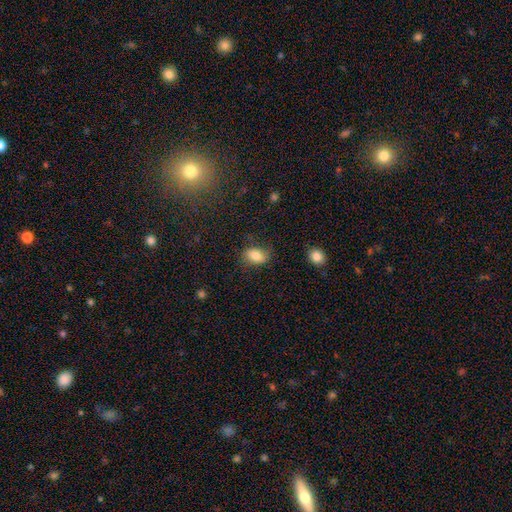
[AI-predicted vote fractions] A smooth galaxy with no disk features (82%) that is in between round and cigar-shaped (87%). Merging: none (76%).